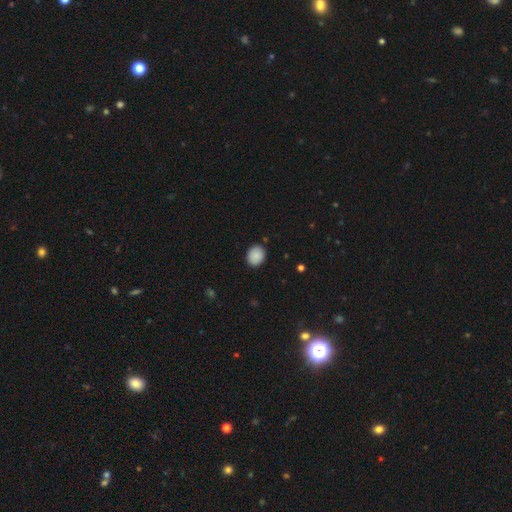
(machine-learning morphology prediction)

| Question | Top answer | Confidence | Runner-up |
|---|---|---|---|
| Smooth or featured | smooth | 89% | star or artifact (8%) |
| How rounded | round | 61% | in between (38%) |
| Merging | none | 88% | minor disturbance (9%) |